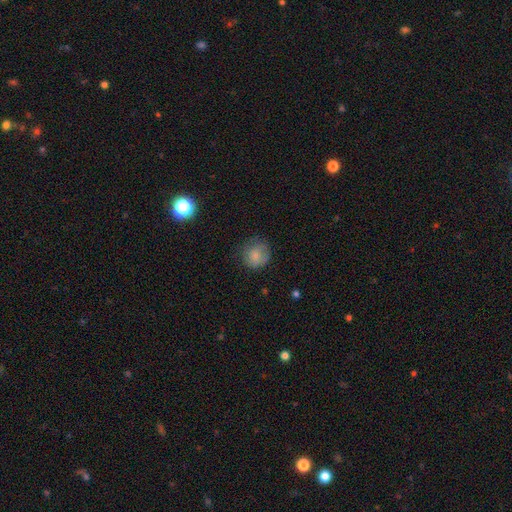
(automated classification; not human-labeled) Q: Smooth or featured?
A: smooth (80%); runner-up: featured or disk (11%)
Q: How rounded?
A: round (88%); runner-up: in between (11%)
Q: Merging?
A: none (70%); runner-up: minor disturbance (21%)